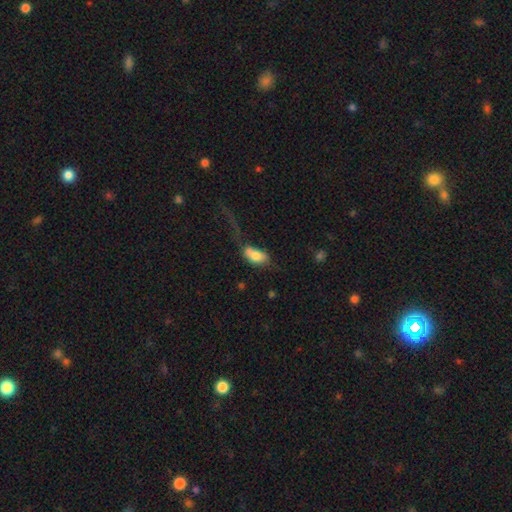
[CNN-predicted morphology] smooth_or_featured: smooth (p=0.71) [alt: featured or disk p=0.22]
how_rounded: in between (p=0.90) [alt: round p=0.06]
merging: major disturbance (p=0.35) [alt: none p=0.25]